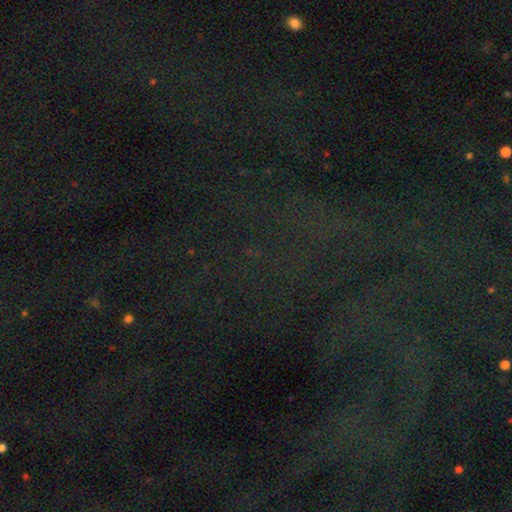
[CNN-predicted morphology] smooth-or-featured: star or artifact: 80% | smooth: 11% | featured or disk: 10%